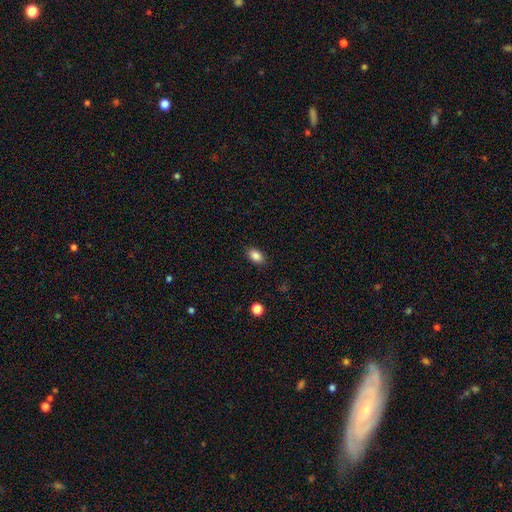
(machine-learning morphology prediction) This appears to be a smooth galaxy with no disk features (87%) that is in between round and cigar-shaped (89%). Merging: none (88%).